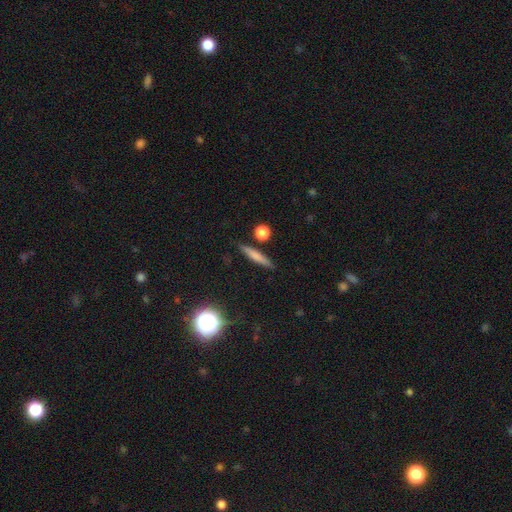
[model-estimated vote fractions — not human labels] Smooth or featured? smooth (66%)
How rounded? cigar-shaped (87%)
Merging? none (85%)